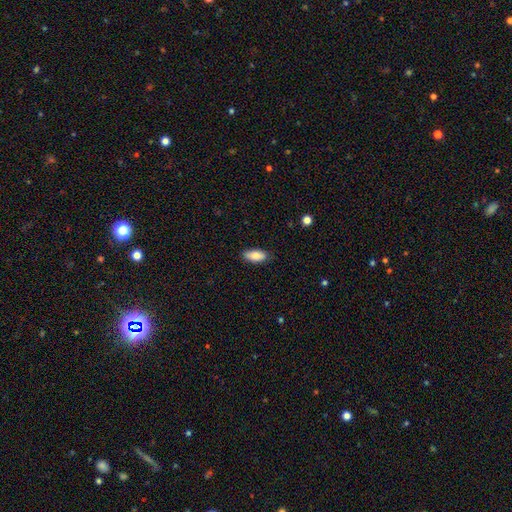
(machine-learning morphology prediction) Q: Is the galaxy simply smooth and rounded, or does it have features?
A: smooth — 85%.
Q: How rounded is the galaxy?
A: in between — 86%.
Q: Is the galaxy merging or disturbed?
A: none — 84%.